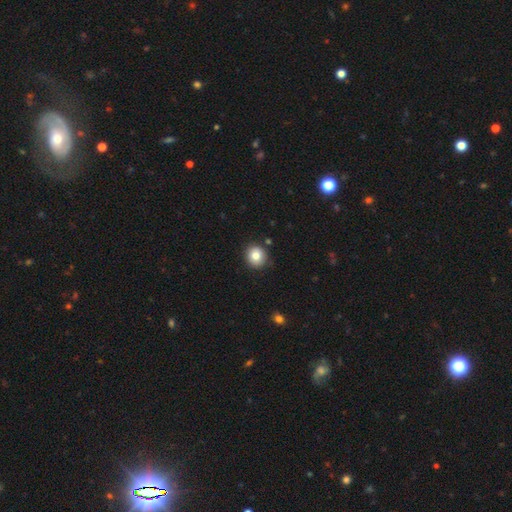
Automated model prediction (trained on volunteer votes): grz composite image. It shows a smooth galaxy with no disk features (81%) that is round (88%). Merging: none (87%).